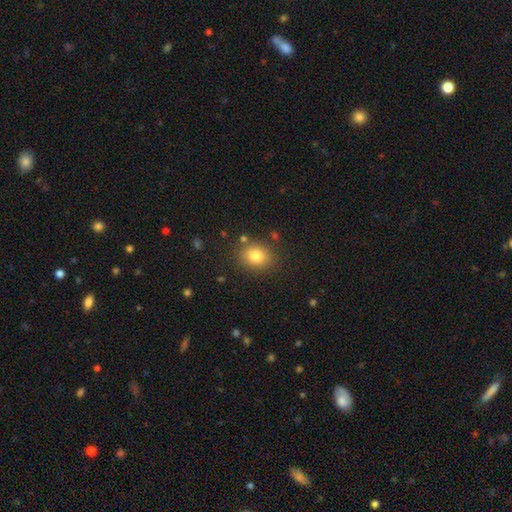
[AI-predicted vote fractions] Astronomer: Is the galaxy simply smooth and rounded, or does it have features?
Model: smooth — 82%.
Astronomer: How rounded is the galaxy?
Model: round — 57% (runner-up: in between, 42%).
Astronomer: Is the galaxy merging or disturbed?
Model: none — 83%.